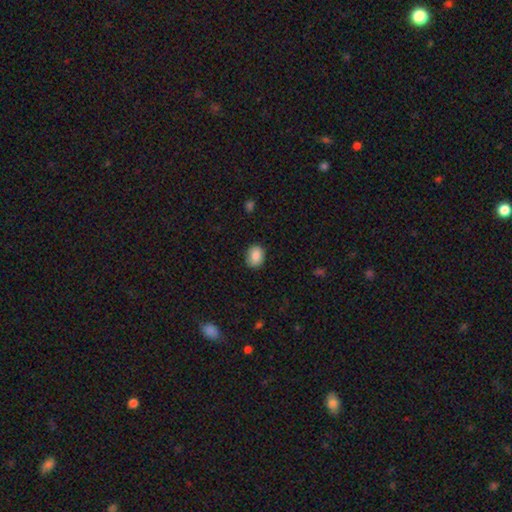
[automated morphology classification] This appears to be a smooth galaxy with no disk features (88%) that is in between round and cigar-shaped (57%). Merging: none (85%).